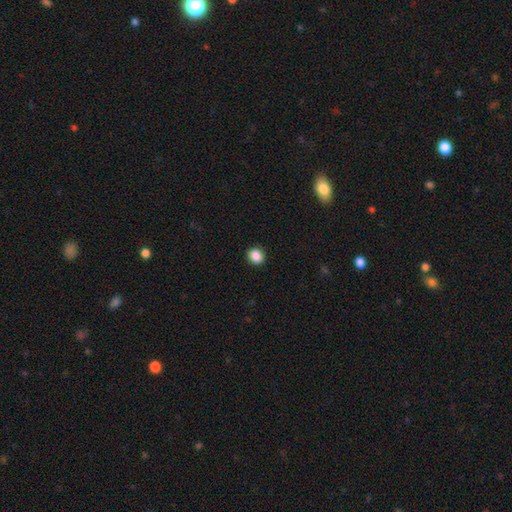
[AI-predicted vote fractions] smooth-or-featured: smooth: 88% | star or artifact: 9% | featured or disk: 3%
  how-rounded: round: 72% | in between: 27% | cigar-shaped: 1%
  merging: none: 92% | minor disturbance: 6% | major disturbance: 2% | merger: 1%